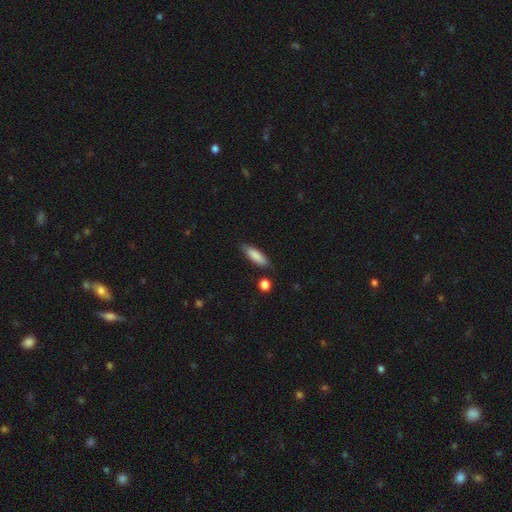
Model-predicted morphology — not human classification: This appears to be a smooth galaxy with no disk features (84%) that is cigar-shaped (51%). Merging: none (83%).